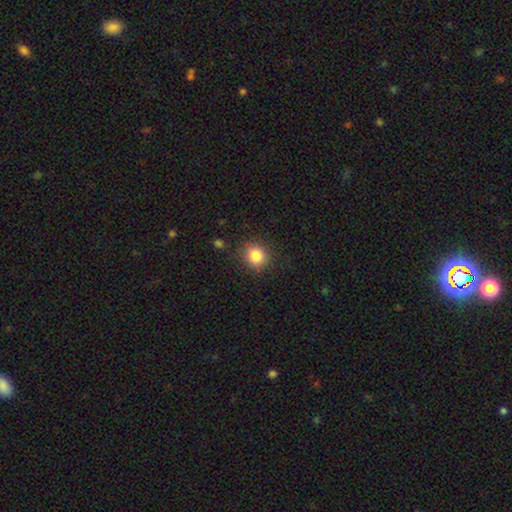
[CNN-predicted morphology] This appears to be a smooth galaxy with no disk features (84%) that is round (85%). Merging: none (84%).